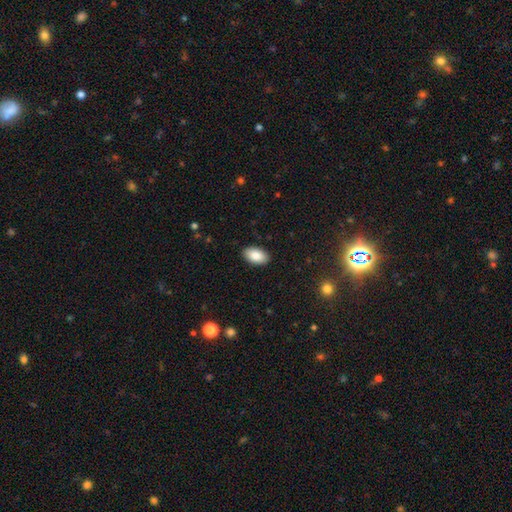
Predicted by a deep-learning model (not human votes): Smooth or featured? smooth (87%)
How rounded? in between (95%)
Merging? none (90%)